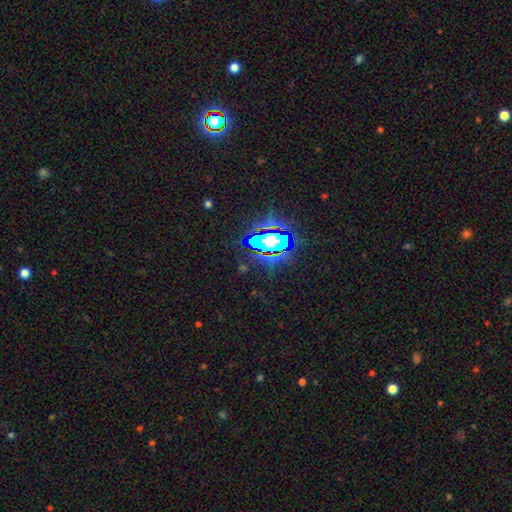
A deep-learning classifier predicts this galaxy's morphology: Smooth or featured? star or artifact (84%)